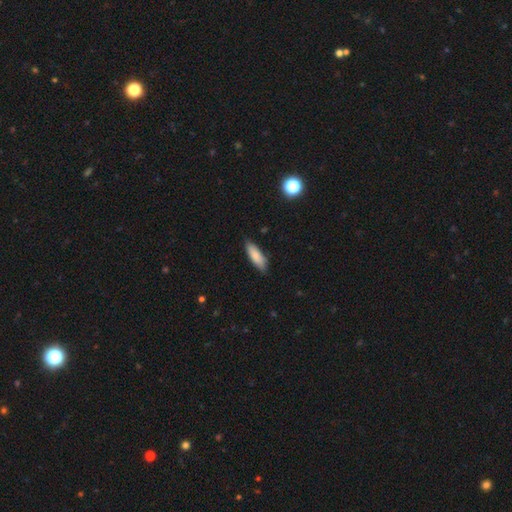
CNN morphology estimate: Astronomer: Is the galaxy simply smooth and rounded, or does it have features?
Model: smooth — 84%.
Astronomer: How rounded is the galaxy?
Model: in between — 54% (runner-up: cigar-shaped, 44%).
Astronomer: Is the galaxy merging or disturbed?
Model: none — 82%.